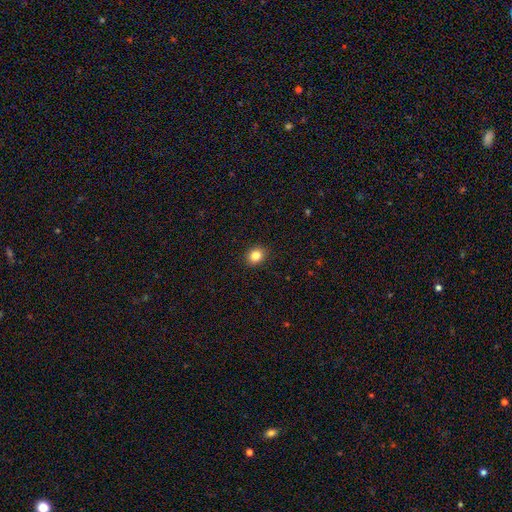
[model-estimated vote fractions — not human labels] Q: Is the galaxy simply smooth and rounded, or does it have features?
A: smooth — 84%.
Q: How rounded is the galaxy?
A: round — 60%.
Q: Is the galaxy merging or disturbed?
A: none — 91%.